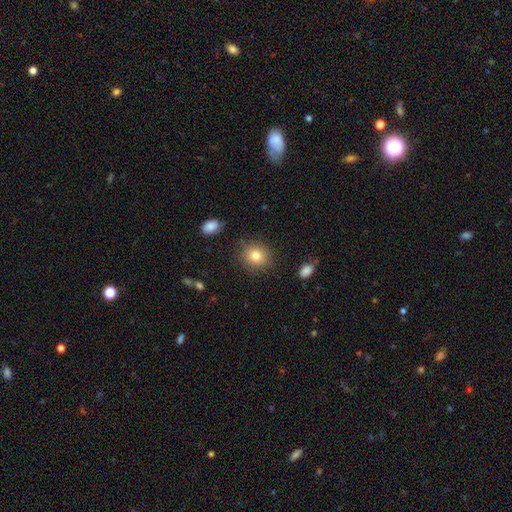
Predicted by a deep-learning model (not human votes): Smooth or featured? smooth (82%)
How rounded? round (81%)
Merging? none (87%)